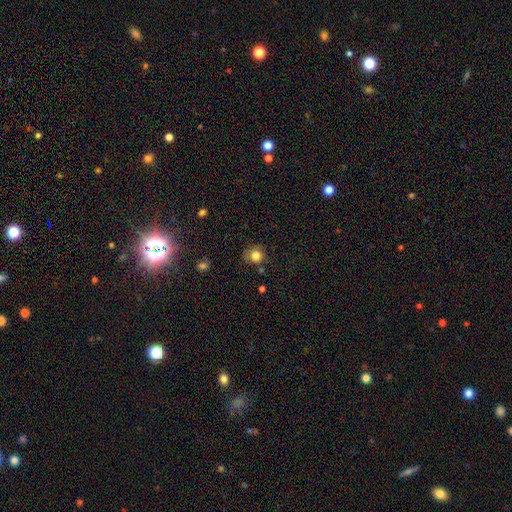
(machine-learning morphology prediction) smooth 80%, star or artifact 12%, featured or disk 8%. Down the decision tree: how rounded — round (85%); merging — none (72%).